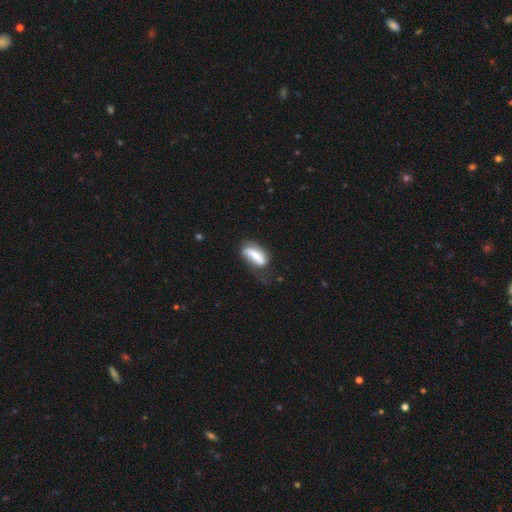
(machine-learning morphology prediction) This appears to be a smooth galaxy with no disk features (49%). Merging: none (42%).